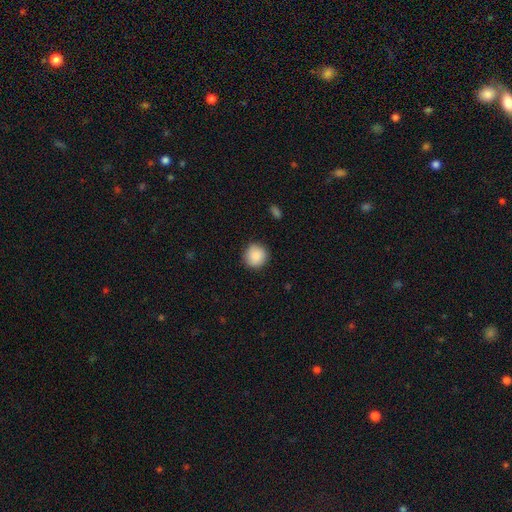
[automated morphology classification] Smooth or featured: smooth — 88% (star or artifact — 7%)
How rounded: round — 94% (in between — 5%)
Merging: none — 89% (minor disturbance — 8%)